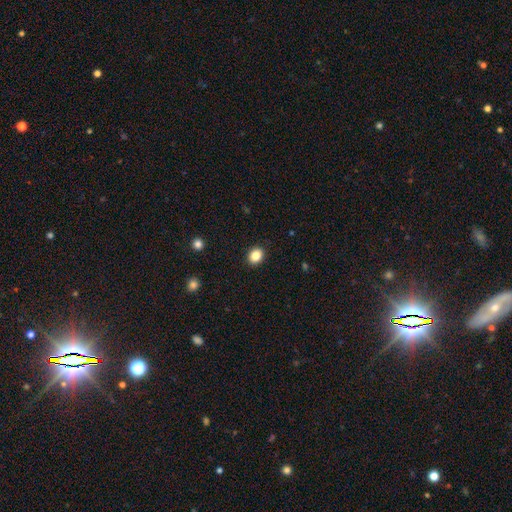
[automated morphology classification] The model was most divided on "how rounded": round: 59%, in between: 41%, cigar-shaped: 1%. More confident: merging — none (92%); smooth or featured — smooth (86%).